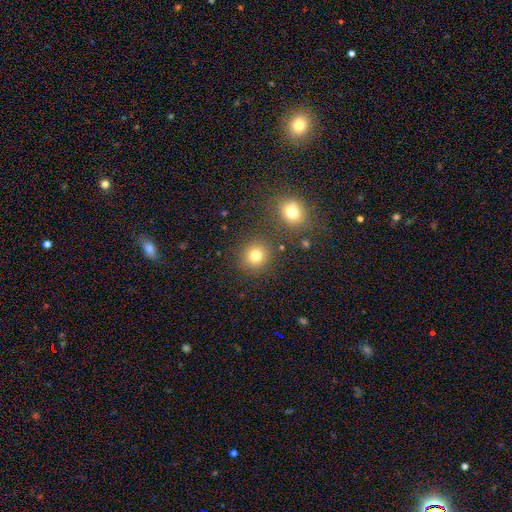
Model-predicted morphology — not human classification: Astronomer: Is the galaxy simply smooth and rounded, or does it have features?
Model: smooth — 77%.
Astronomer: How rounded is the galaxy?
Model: round — 87%.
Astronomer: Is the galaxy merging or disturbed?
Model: none — 83%.